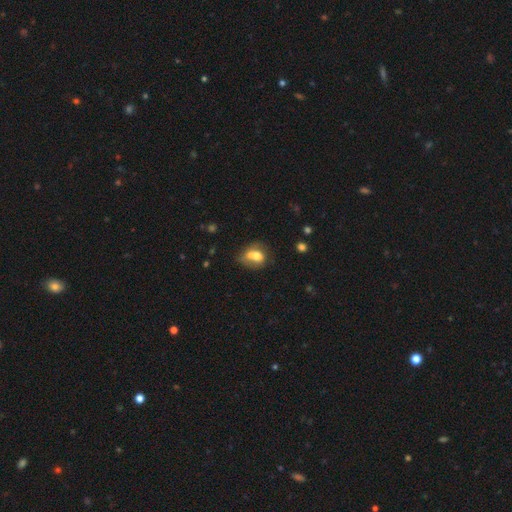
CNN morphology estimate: Smooth or featured?
  - smooth: 68% *
  - featured or disk: 23%
  - star or artifact: 10%
How rounded?
  - in between: 55% *
  - round: 43%
  - cigar-shaped: 2%
Merging?
  - merger: 48% *
  - none: 29%
  - minor disturbance: 15%
  - major disturbance: 8%